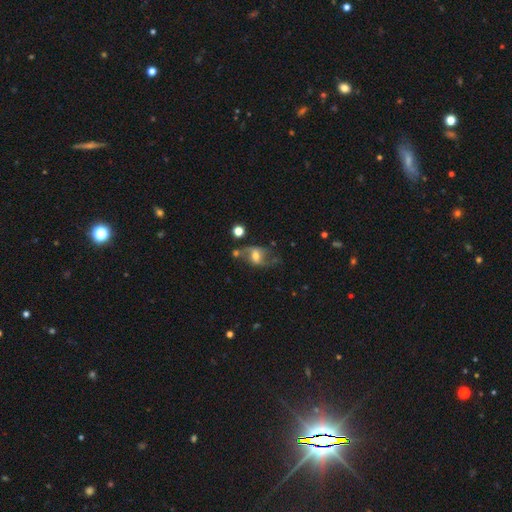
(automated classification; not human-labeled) A featured or disk galaxy (65%) with a weak bar (46%), 2 (86%) loose (68%) spiral arms (81%) and a moderate central bulge (56%). Merging: none (51%).